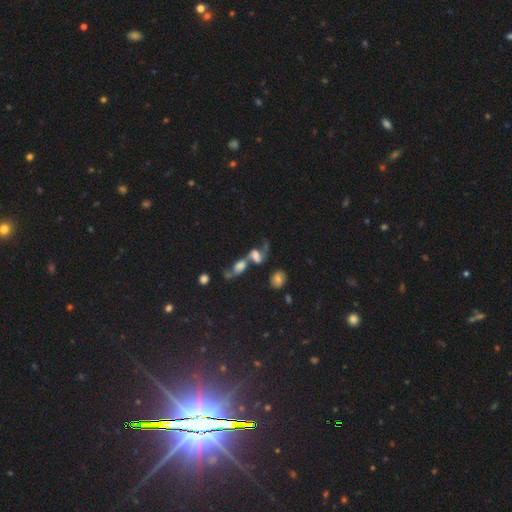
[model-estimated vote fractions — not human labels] A featured or disk galaxy (46%).

Vote fractions:
- Smooth or featured? featured or disk: 46% / smooth: 38% / star or artifact: 16%
- Merging? merger: 60% / none: 18% / major disturbance: 14% / minor disturbance: 8%